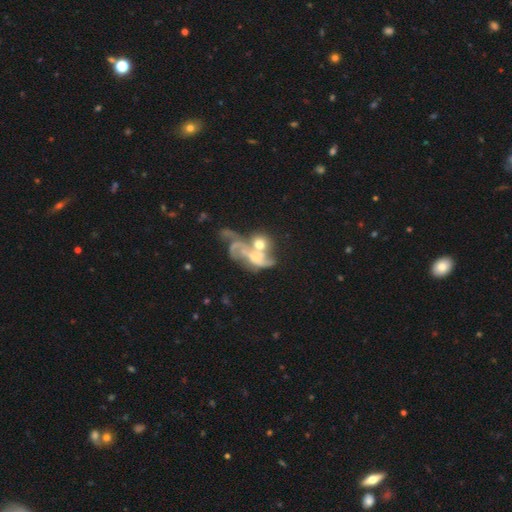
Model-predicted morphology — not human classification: featured or disk 69%, smooth 19%, star or artifact 12%. Down the decision tree: edge-on disk — no (95%); bar — no (64%); spiral arms — yes (73%); bulge size — moderate (42%); merging — merger (54%).